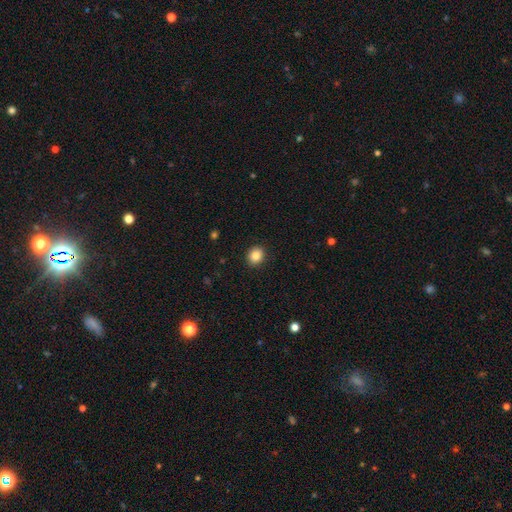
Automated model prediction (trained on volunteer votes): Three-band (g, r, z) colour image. It shows a smooth galaxy with no disk features (85%) that is round (75%). Merging: none (91%).